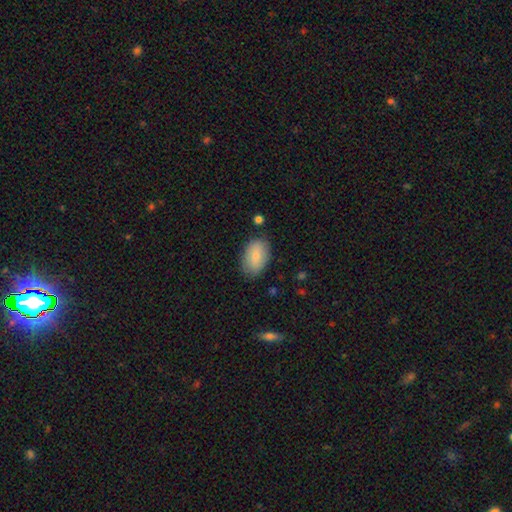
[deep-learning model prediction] smooth-or-featured: smooth: 83% | featured or disk: 11% | star or artifact: 6%
  how-rounded: in between: 92% | round: 6% | cigar-shaped: 2%
  merging: none: 80% | minor disturbance: 15% | major disturbance: 3% | merger: 2%